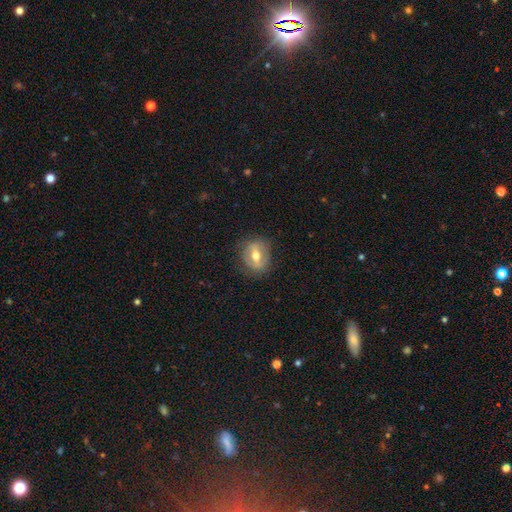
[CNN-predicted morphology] type=featured or disk (55%); edge-on=no (83%); merging=none (79%).